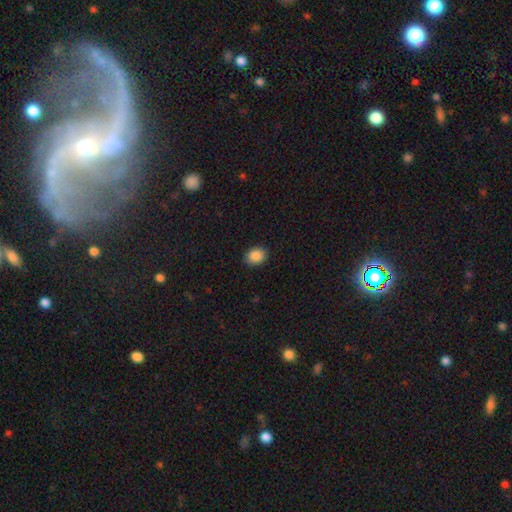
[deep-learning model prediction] A smooth galaxy with no disk features (88%) that is in between round and cigar-shaped (54%).

Vote fractions:
- Smooth or featured? smooth: 88% / star or artifact: 9% / featured or disk: 4%
- How rounded? in between: 54% / round: 45% / cigar-shaped: 1%
- Merging? none: 89% / minor disturbance: 8% / major disturbance: 2% / merger: 1%